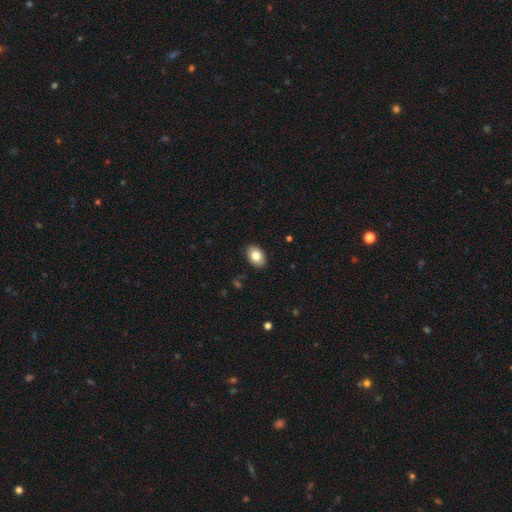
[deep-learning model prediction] This appears to be a smooth galaxy with no disk features (82%) that is in between round and cigar-shaped (85%). Merging: none (89%).